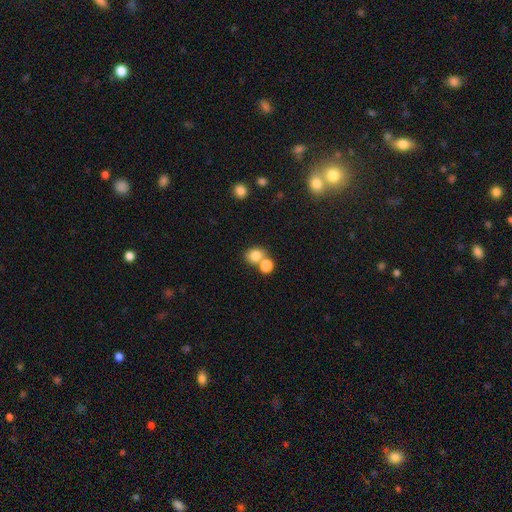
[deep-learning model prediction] Smooth or featured? Predicted: smooth (p=0.80). How rounded? Predicted: round (p=0.66). Merging? Predicted: none (p=0.47).